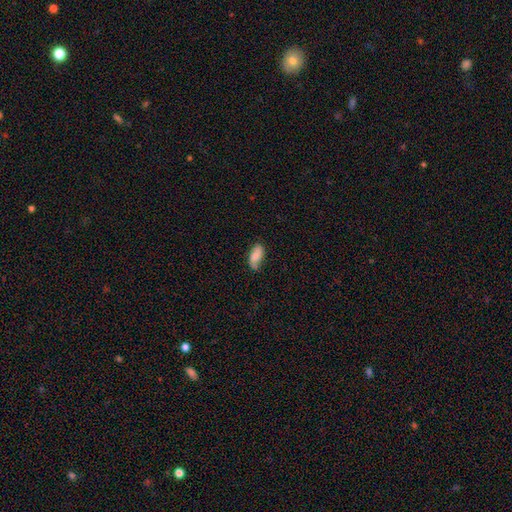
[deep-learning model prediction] This is likely a smooth galaxy (73%). How rounded: clearly in between (89%). Merging: likely none (65%).